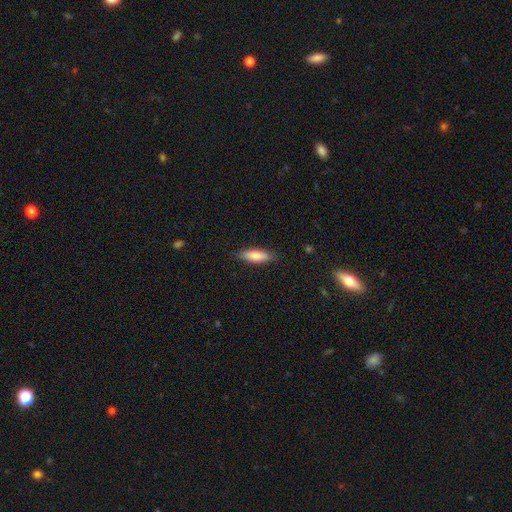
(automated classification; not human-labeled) Smooth or featured?
  - smooth: 81% *
  - featured or disk: 13%
  - star or artifact: 6%
How rounded?
  - in between: 50% *
  - cigar-shaped: 48%
  - round: 2%
Merging?
  - none: 86% *
  - minor disturbance: 11%
  - major disturbance: 2%
  - merger: 1%